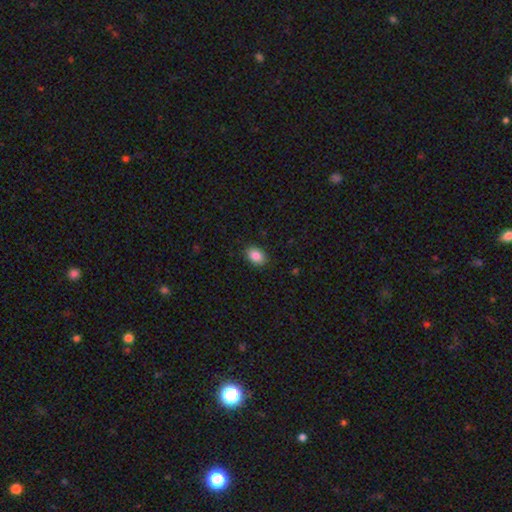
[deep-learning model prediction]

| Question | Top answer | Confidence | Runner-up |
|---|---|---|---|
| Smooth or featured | smooth | 87% | star or artifact (8%) |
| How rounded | in between | 78% | round (21%) |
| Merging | none | 89% | minor disturbance (8%) |